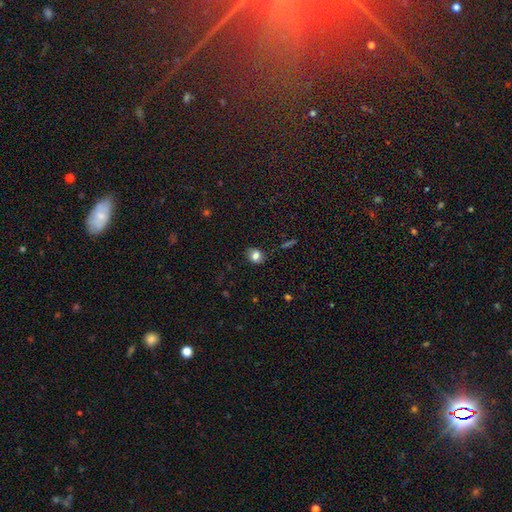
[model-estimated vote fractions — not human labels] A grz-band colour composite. It shows a smooth galaxy with no disk features (80%) that is round (64%). Merging: none (80%).